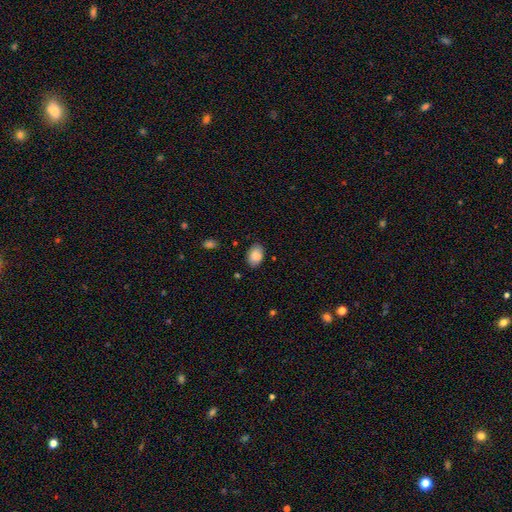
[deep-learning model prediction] A smooth galaxy with no disk features (87%) that is in between round and cigar-shaped (87%).

Vote fractions:
- Smooth or featured? smooth: 87% / star or artifact: 7% / featured or disk: 6%
- How rounded? in between: 87% / round: 12% / cigar-shaped: 1%
- Merging? none: 82% / minor disturbance: 13% / major disturbance: 3% / merger: 1%